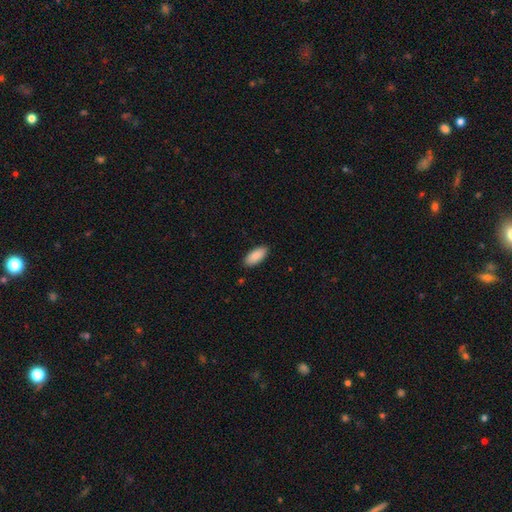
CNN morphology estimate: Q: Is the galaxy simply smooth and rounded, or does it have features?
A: smooth — 90%.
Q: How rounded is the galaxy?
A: in between — 88%.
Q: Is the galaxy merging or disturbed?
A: none — 89%.